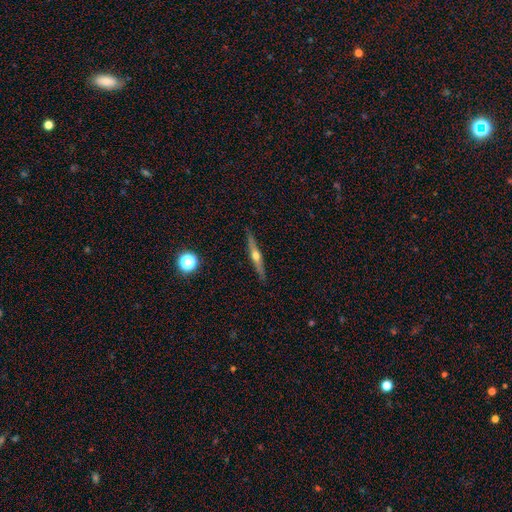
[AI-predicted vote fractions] featured or disk 67%, smooth 26%, star or artifact 7%. Down the decision tree: edge-on disk — yes (96%); edge-on bulge — rounded (91%); merging — none (89%).